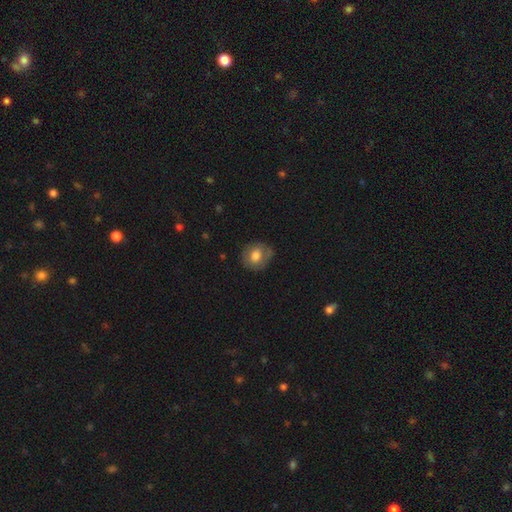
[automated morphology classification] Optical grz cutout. It shows a smooth galaxy with no disk features (70%) that is round (70%). Merging: none (75%).